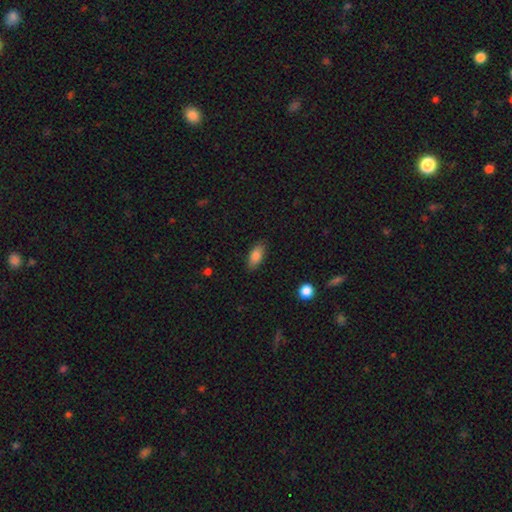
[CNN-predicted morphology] This is clearly a smooth galaxy (85%). How rounded: clearly in between (85%). Merging: clearly none (86%).